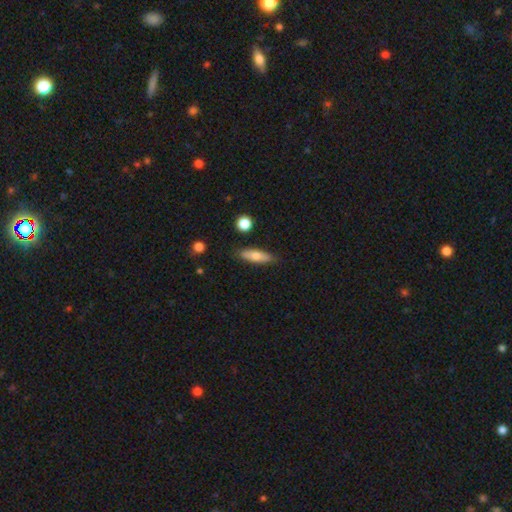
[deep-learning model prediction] Smooth or featured? smooth (69%)
How rounded? cigar-shaped (54%)
Merging? none (83%)